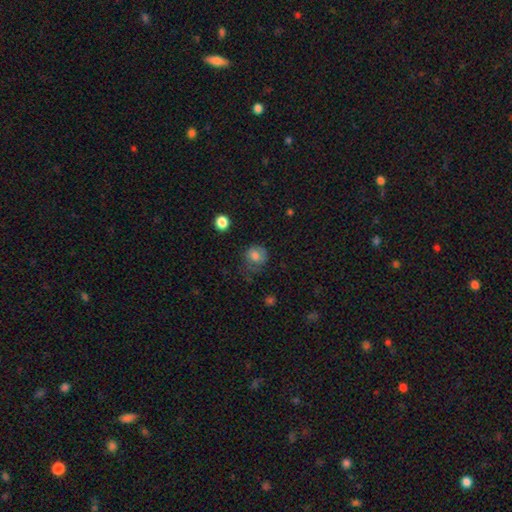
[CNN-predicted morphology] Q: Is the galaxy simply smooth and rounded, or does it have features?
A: smooth — 77%.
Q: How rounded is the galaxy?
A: round — 76%.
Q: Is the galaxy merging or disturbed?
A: none — 54%.